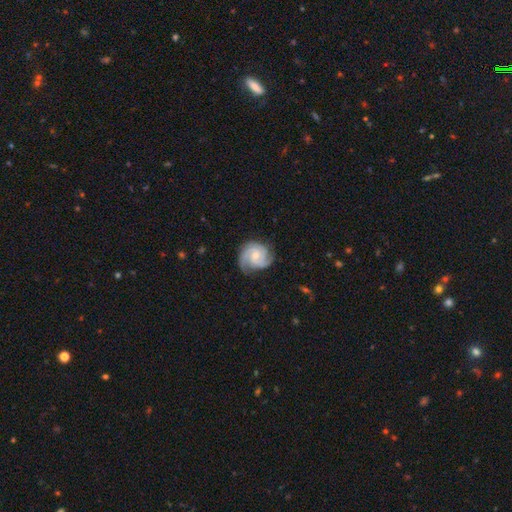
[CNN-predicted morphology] featured or disk 89%, smooth 7%, star or artifact 4%. Down the decision tree: edge-on disk — no (98%); bar — no (63%); spiral arms — yes (98%); spiral arm count — 3 (55%); spiral winding — tight (61%); bulge size — small (53%); merging — none (75%).